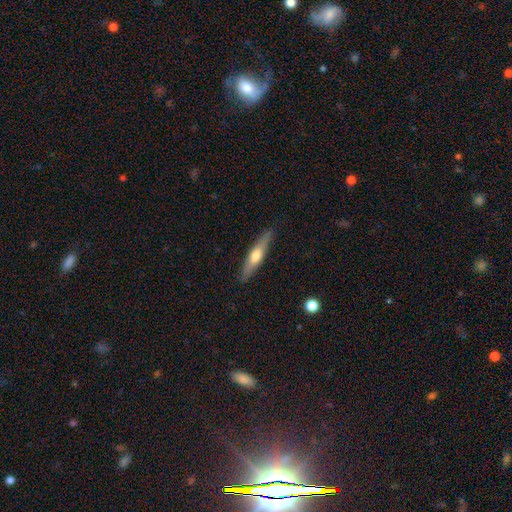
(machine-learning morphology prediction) Smooth or featured: smooth — 50% (featured or disk — 45%)
Merging: none — 86% (minor disturbance — 10%)